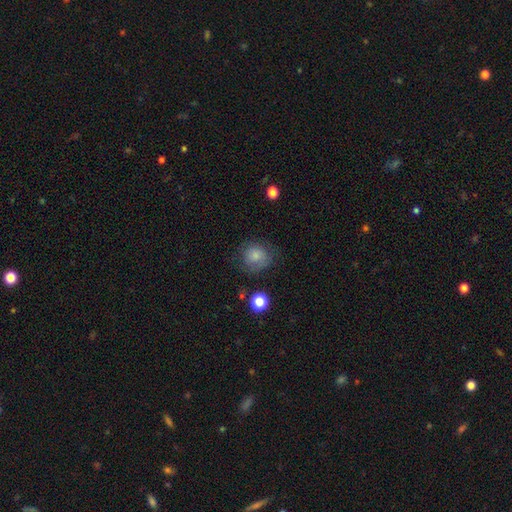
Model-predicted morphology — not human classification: smooth-or-featured: smooth: 77% | featured or disk: 13% | star or artifact: 10%
  how-rounded: round: 82% | in between: 17% | cigar-shaped: 1%
  merging: none: 65% | minor disturbance: 22% | major disturbance: 11% | merger: 2%